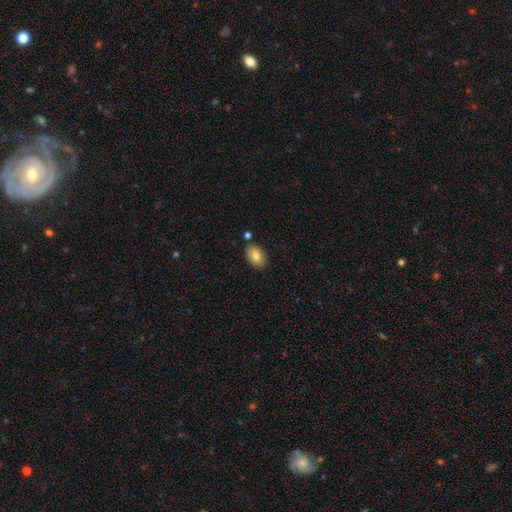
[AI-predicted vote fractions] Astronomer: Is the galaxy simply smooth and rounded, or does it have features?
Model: smooth — 83%.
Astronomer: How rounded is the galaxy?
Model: in between — 87%.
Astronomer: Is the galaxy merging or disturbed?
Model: none — 83%.